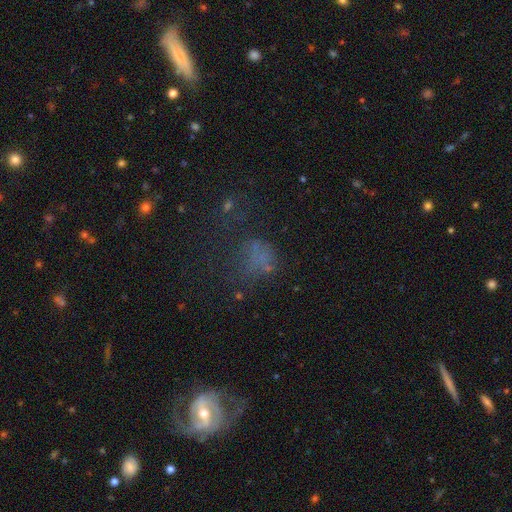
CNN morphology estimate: Smooth or featured? smooth (37%)
Merging? none (44%)